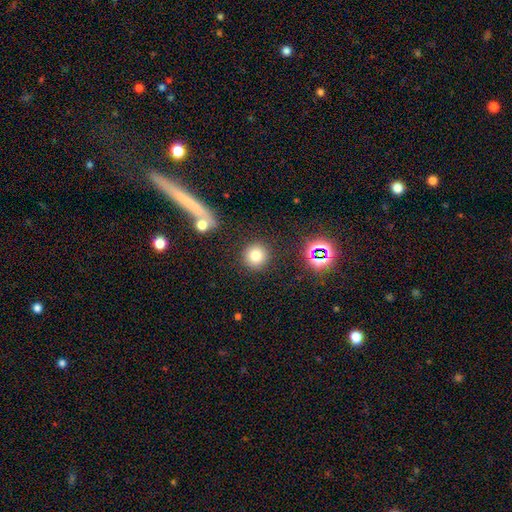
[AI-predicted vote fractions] Q: Smooth or featured?
A: smooth (77%); runner-up: star or artifact (15%)
Q: How rounded?
A: round (93%); runner-up: in between (6%)
Q: Merging?
A: none (87%); runner-up: minor disturbance (7%)